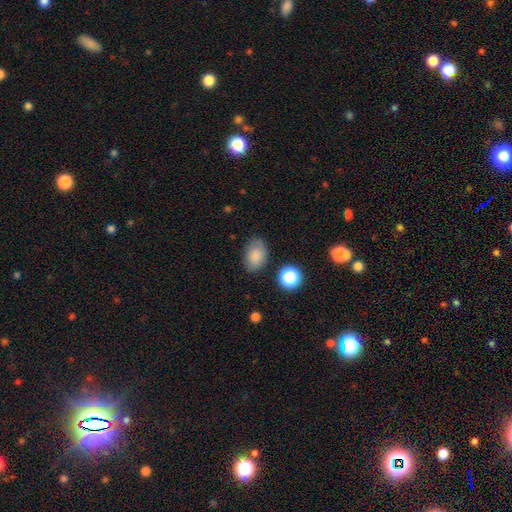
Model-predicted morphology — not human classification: smooth-or-featured: smooth: 84% | star or artifact: 9% | featured or disk: 7%
  how-rounded: in between: 84% | round: 14% | cigar-shaped: 1%
  merging: none: 77% | minor disturbance: 16% | major disturbance: 4% | merger: 3%